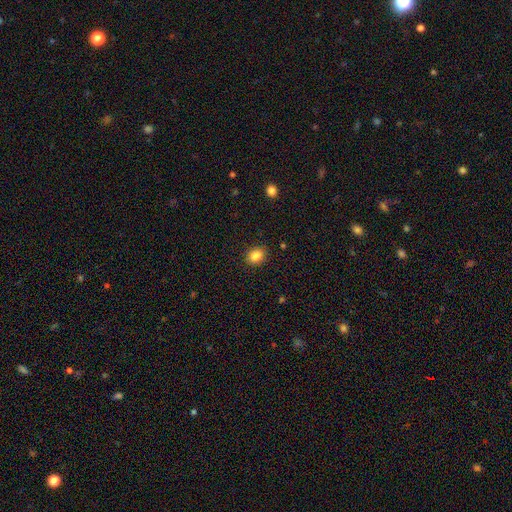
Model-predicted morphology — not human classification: A smooth galaxy with no disk features (85%) that is in between round and cigar-shaped (55%).

Vote fractions:
- Smooth or featured? smooth: 85% / star or artifact: 10% / featured or disk: 5%
- How rounded? in between: 55% / round: 44% / cigar-shaped: 1%
- Merging? none: 89% / minor disturbance: 8% / major disturbance: 2% / merger: 1%